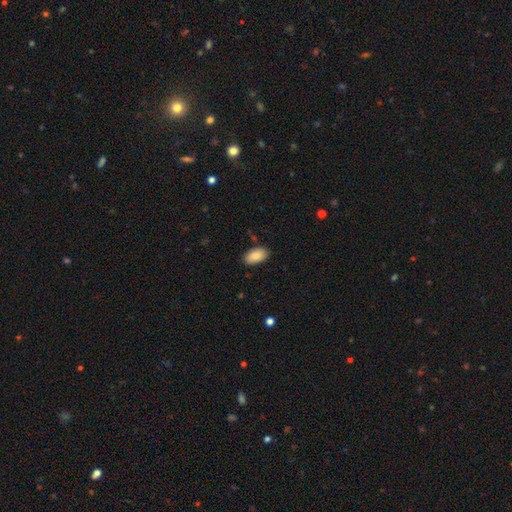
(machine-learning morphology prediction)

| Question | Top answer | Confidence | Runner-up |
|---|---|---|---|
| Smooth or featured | smooth | 87% | star or artifact (7%) |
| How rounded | in between | 95% | round (3%) |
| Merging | none | 85% | minor disturbance (11%) |